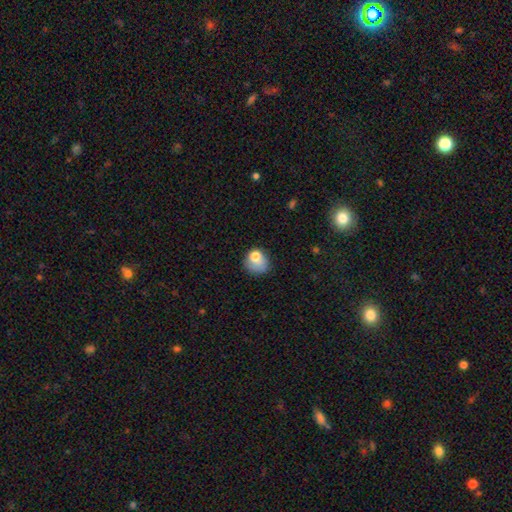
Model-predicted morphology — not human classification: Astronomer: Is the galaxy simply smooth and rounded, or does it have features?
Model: smooth — 73%.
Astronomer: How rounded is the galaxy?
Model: round — 67%.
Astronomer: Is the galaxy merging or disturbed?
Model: none — 40% (runner-up: minor disturbance, 31%).